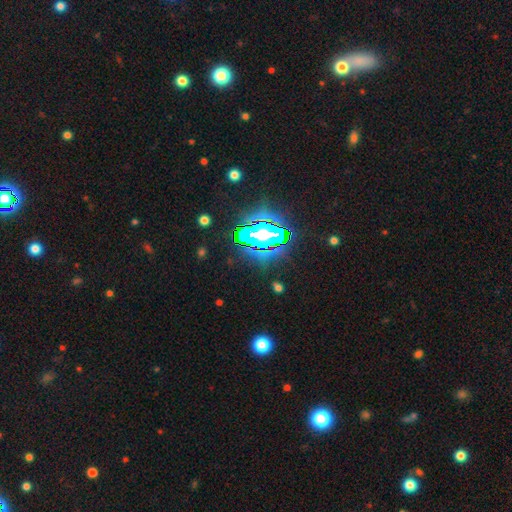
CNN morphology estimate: star or artifact 75%, smooth 13%, featured or disk 12%.